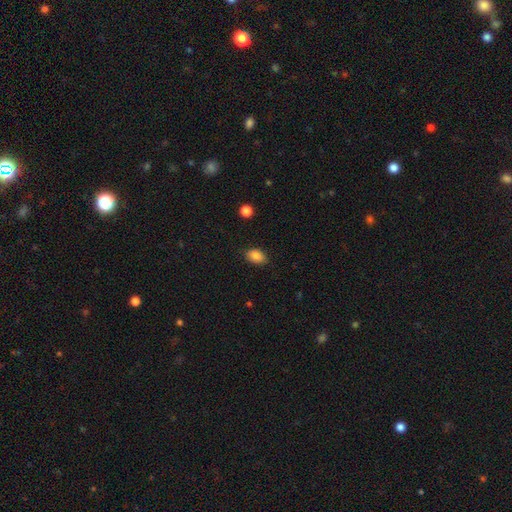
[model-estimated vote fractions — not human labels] A smooth galaxy with no disk features (87%) that is in between round and cigar-shaped (85%).

Vote fractions:
- Smooth or featured? smooth: 87% / star or artifact: 9% / featured or disk: 4%
- How rounded? in between: 85% / round: 14% / cigar-shaped: 1%
- Merging? none: 83% / minor disturbance: 13% / major disturbance: 3% / merger: 1%